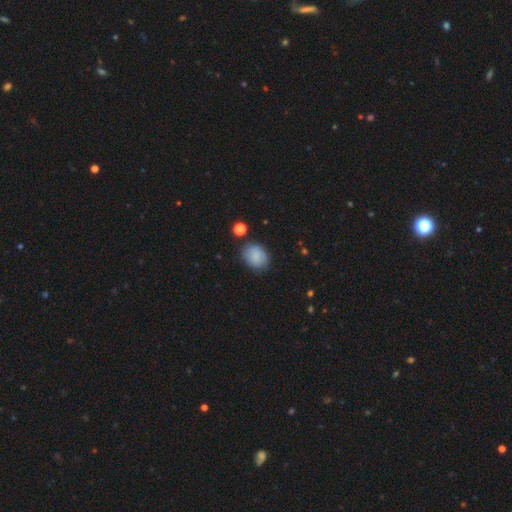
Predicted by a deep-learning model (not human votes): smooth-or-featured: smooth: 83% | star or artifact: 9% | featured or disk: 8%
  how-rounded: in between: 60% | round: 39% | cigar-shaped: 1%
  merging: none: 76% | minor disturbance: 17% | major disturbance: 4% | merger: 3%